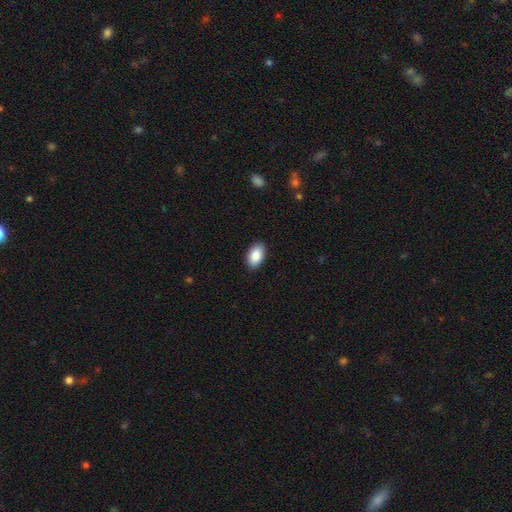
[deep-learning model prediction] Overall: smooth (89%). How rounded: in between (94%). Merging: none (89%).